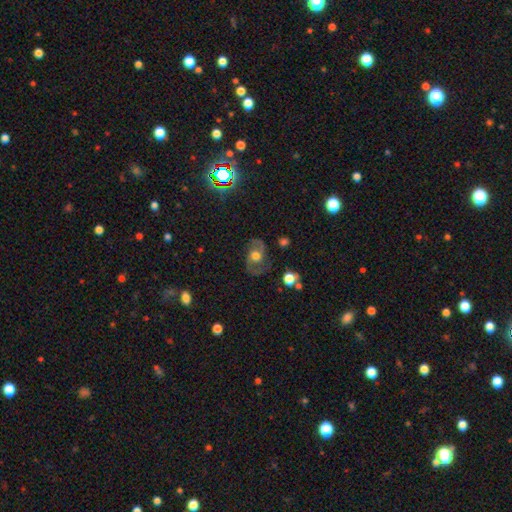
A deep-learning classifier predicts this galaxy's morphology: Smooth or featured? featured or disk (62%)
Edge-on disk? no (95%)
Bar? no (70%)
Spiral arms? yes (76%)
Bulge size? moderate (54%)
Merging? none (70%)